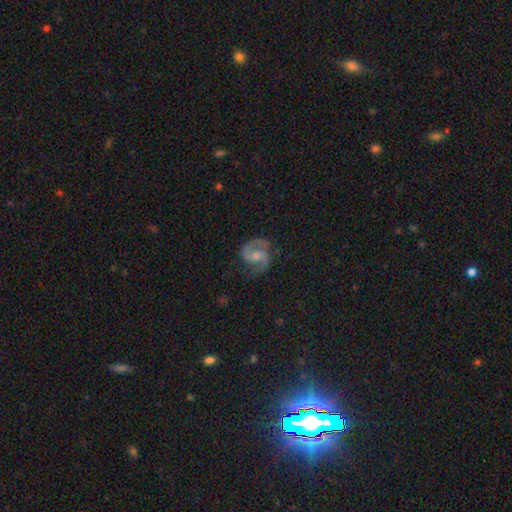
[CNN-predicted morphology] featured or disk 86%, smooth 9%, star or artifact 6%. Down the decision tree: edge-on disk — no (98%); bar — no (47%); spiral arms — yes (97%); spiral arm count — 2 (91%); spiral winding — medium (59%); bulge size — moderate (37%); merging — none (73%).